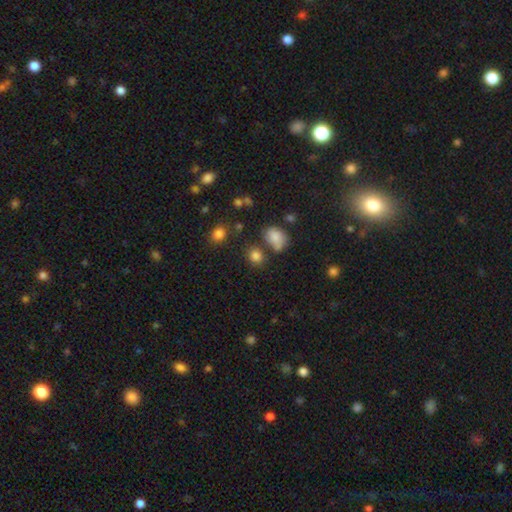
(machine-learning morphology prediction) This appears to be a smooth galaxy with no disk features (82%) that is round (66%). Merging: none (70%).